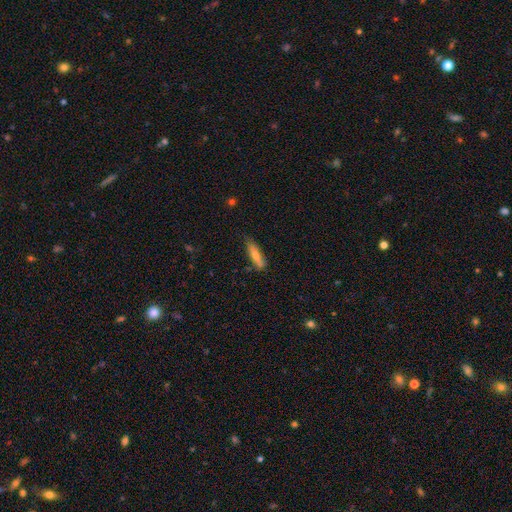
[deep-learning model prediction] Smooth or featured?
  - smooth: 68% *
  - featured or disk: 25%
  - star or artifact: 6%
How rounded?
  - cigar-shaped: 73% *
  - in between: 25%
  - round: 2%
Merging?
  - none: 70% *
  - minor disturbance: 23%
  - major disturbance: 4%
  - merger: 2%